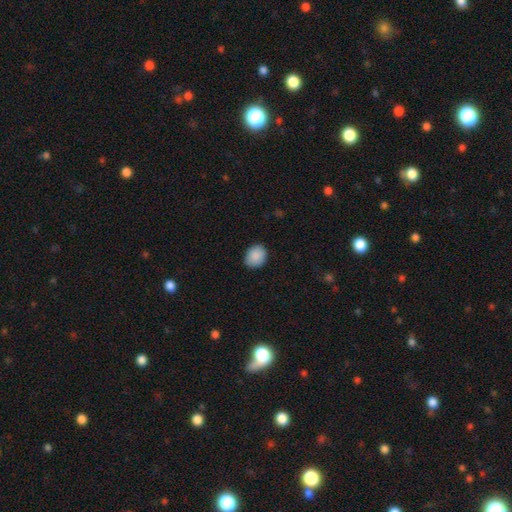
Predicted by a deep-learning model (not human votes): This is clearly a smooth galaxy (89%). How rounded: possibly round (51%). Merging: clearly none (86%).